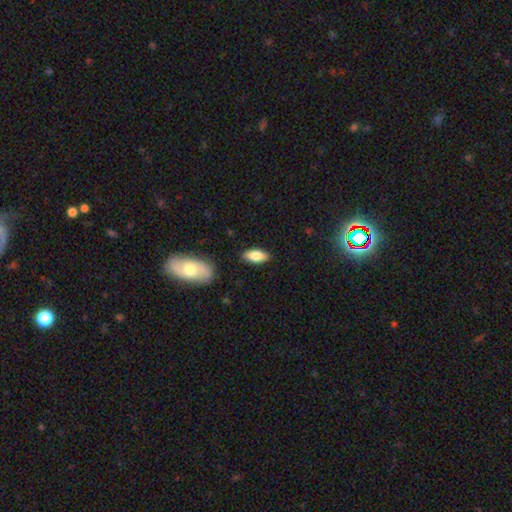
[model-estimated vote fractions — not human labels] Morphology: type=smooth (79%); roundness=in between (84%); merging=none (86%).